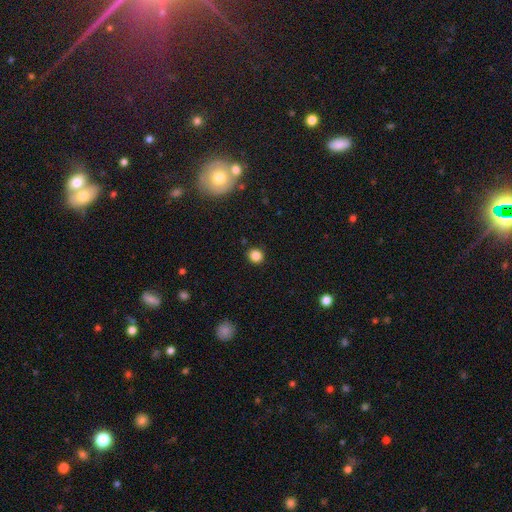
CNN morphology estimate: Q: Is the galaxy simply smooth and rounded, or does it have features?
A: smooth — 84%.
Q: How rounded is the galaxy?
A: round — 85%.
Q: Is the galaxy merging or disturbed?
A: none — 90%.